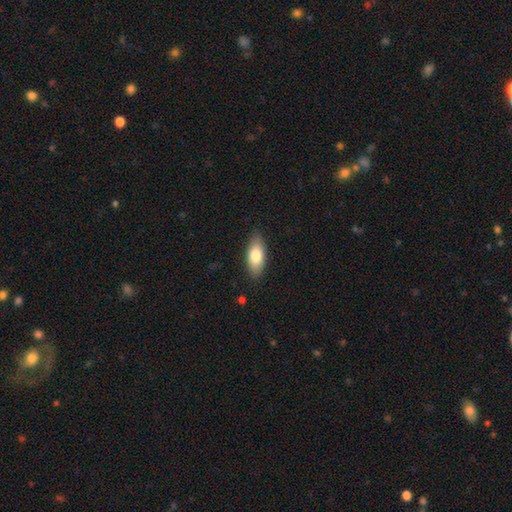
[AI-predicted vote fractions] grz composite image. It shows a smooth galaxy with no disk features (77%) that is in between round and cigar-shaped (85%). Merging: none (86%).